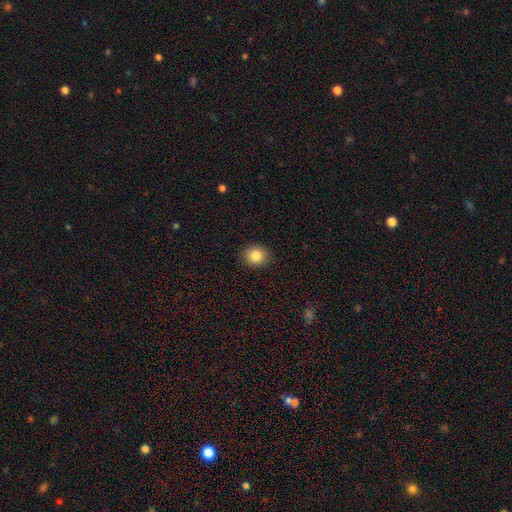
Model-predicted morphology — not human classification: Overall: smooth (85%). How rounded: round (73%). Merging: none (90%).